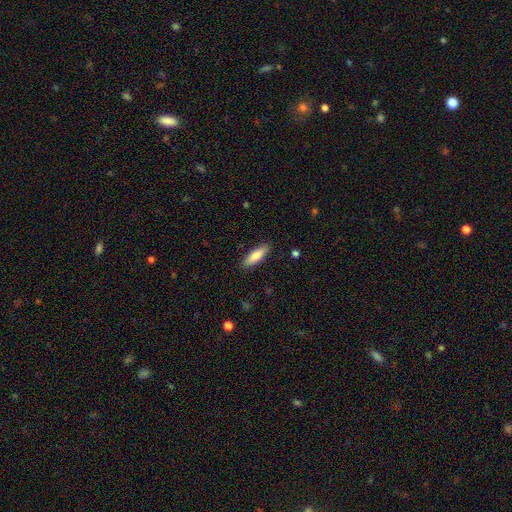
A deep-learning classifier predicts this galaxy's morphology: This appears to be a smooth galaxy with no disk features (84%) that is in between round and cigar-shaped (50%). Merging: none (88%).